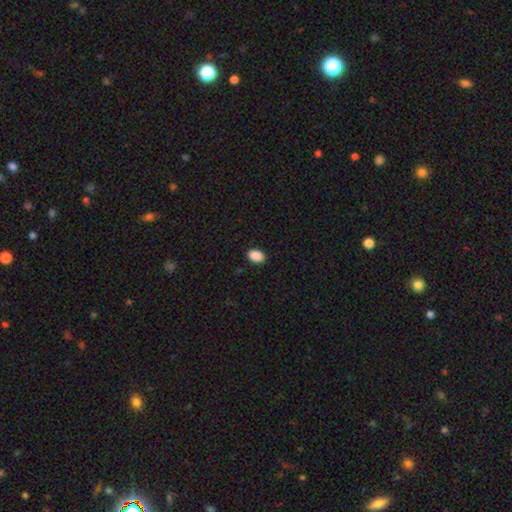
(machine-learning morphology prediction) type=smooth (90%); roundness=in between (80%); merging=none (90%).